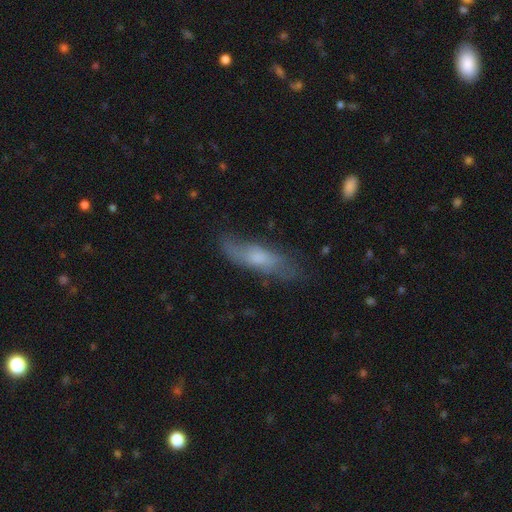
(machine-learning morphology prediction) This appears to be a smooth galaxy with no disk features (48%). Merging: none (66%).